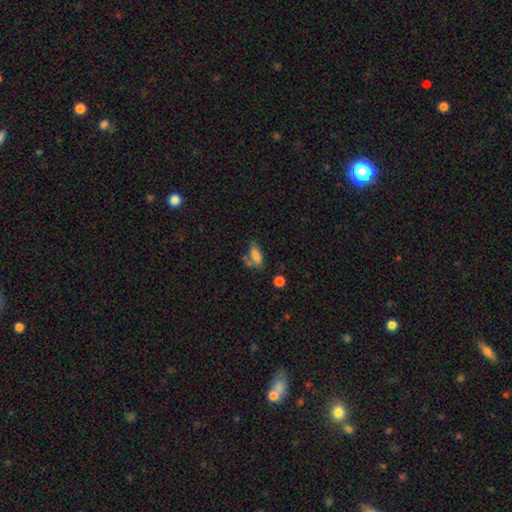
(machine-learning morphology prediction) The model was most divided on "merging": none: 46%, minor disturbance: 23%, merger: 19%, major disturbance: 11%. More confident: smooth or featured — smooth (77%); how rounded — in between (76%).